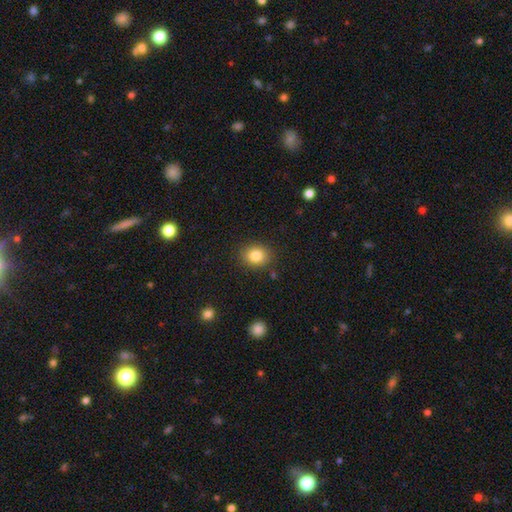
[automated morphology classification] Q: Smooth or featured?
A: smooth (84%); runner-up: star or artifact (10%)
Q: How rounded?
A: round (63%); runner-up: in between (36%)
Q: Merging?
A: none (86%); runner-up: minor disturbance (9%)